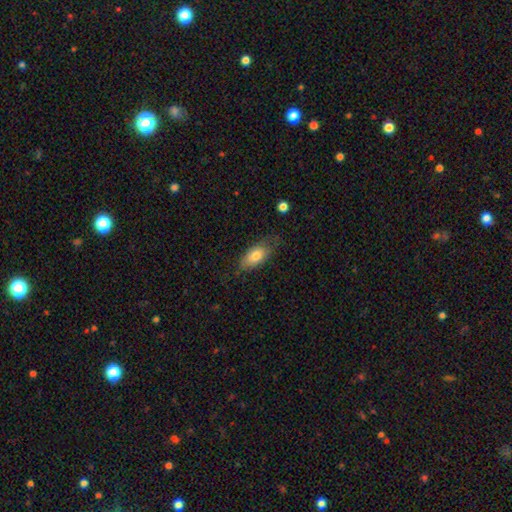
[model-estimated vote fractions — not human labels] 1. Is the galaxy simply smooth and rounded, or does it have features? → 76% smooth, 17% featured or disk, 7% star or artifact.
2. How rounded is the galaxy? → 87% in between, 9% cigar-shaped, 4% round.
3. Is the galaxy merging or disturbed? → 62% none, 28% minor disturbance, 9% major disturbance, 2% merger.